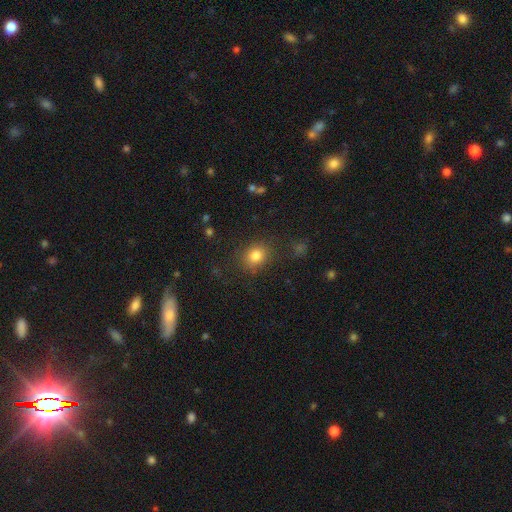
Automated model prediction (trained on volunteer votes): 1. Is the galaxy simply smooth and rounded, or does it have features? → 82% smooth, 12% star or artifact, 6% featured or disk.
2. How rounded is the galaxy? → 69% round, 30% in between, 1% cigar-shaped.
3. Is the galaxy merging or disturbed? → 83% none, 11% minor disturbance, 4% major disturbance, 2% merger.